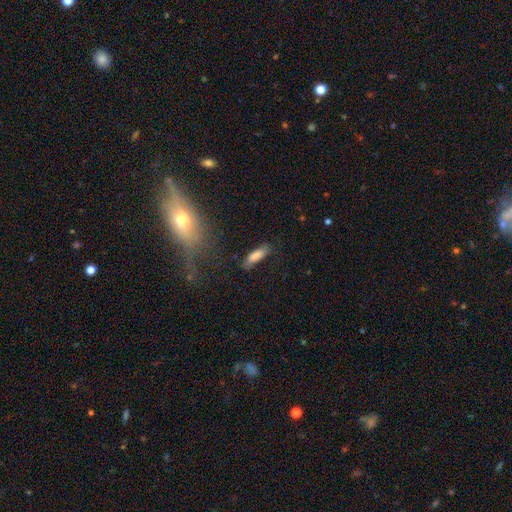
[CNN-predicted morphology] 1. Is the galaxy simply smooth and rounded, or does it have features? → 80% smooth, 12% featured or disk, 7% star or artifact.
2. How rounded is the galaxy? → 52% cigar-shaped, 46% in between, 2% round.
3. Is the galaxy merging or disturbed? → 73% none, 19% minor disturbance, 6% major disturbance, 2% merger.